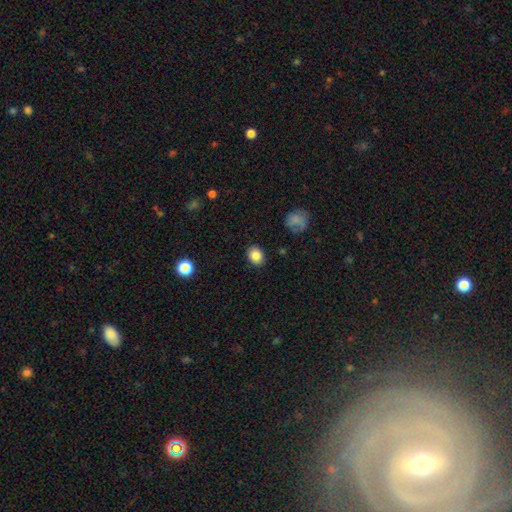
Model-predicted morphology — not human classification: smooth_or_featured: smooth (p=0.85) [alt: star or artifact p=0.09]
how_rounded: in between (p=0.51) [alt: round p=0.48]
merging: none (p=0.88) [alt: minor disturbance p=0.08]